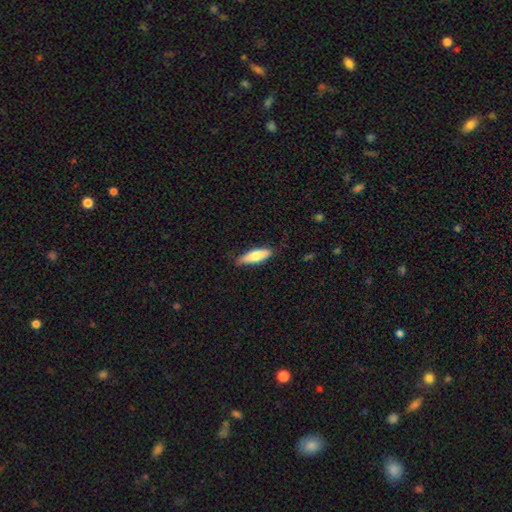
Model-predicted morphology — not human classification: Smooth or featured? smooth (72%)
How rounded? cigar-shaped (53%)
Merging? none (80%)